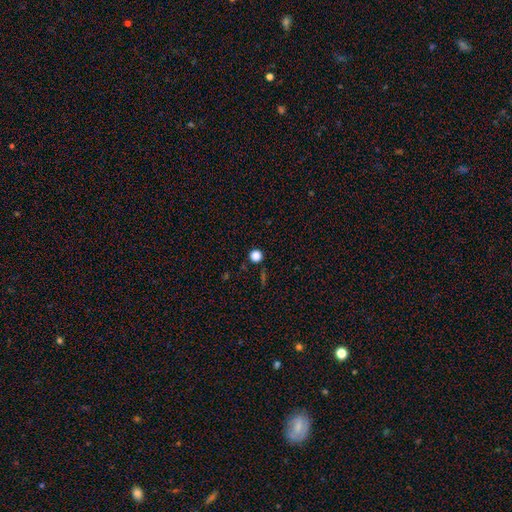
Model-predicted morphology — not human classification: This appears to be a smooth galaxy with no disk features (83%) that is round (95%). Merging: none (90%).